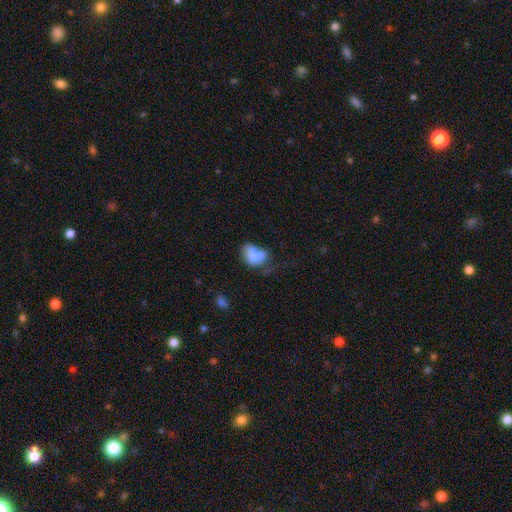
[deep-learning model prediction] A smooth galaxy with no disk features (72%) that is in between round and cigar-shaped (76%).

Vote fractions:
- Smooth or featured? smooth: 72% / featured or disk: 19% / star or artifact: 9%
- How rounded? in between: 76% / round: 22% / cigar-shaped: 1%
- Merging? major disturbance: 29% / minor disturbance: 25% / none: 24% / merger: 22%